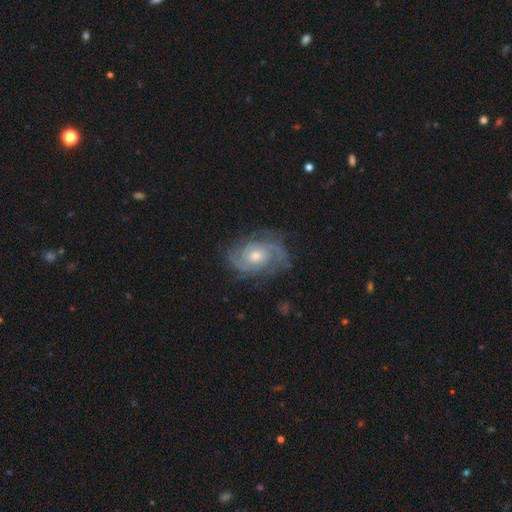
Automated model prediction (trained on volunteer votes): smooth-or-featured: featured or disk: 88% | smooth: 7% | star or artifact: 6%
  disk-edge-on: no: 97% | yes: 3%
    bar: no: 72% | weak: 24% | strong: 4%
    has-spiral-arms: yes: 97% | no: 3%
      spiral-winding: tight: 49% | medium: 41% | loose: 10%
      spiral-arm-count: 2: 50% | 3: 22% | can't tell: 14% | 4: 5% | 1: 4% | more than 4: 4%
    bulge-size: moderate: 61% | small: 33% | large: 4% | none: 1% | dominant: 1%
  merging: none: 75% | minor disturbance: 18% | major disturbance: 7% | merger: 1%